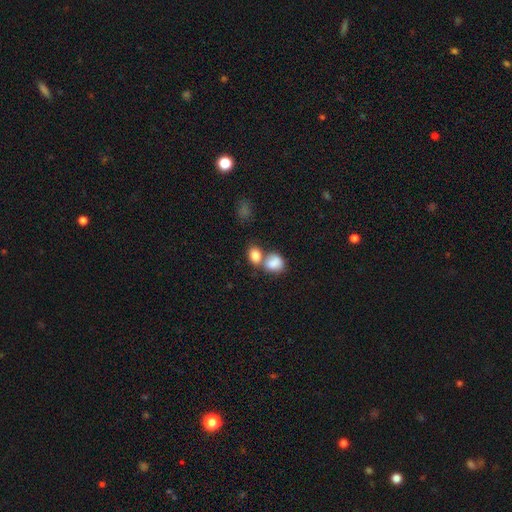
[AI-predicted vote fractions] Smooth or featured? smooth (83%)
How rounded? in between (65%)
Merging? merger (59%)